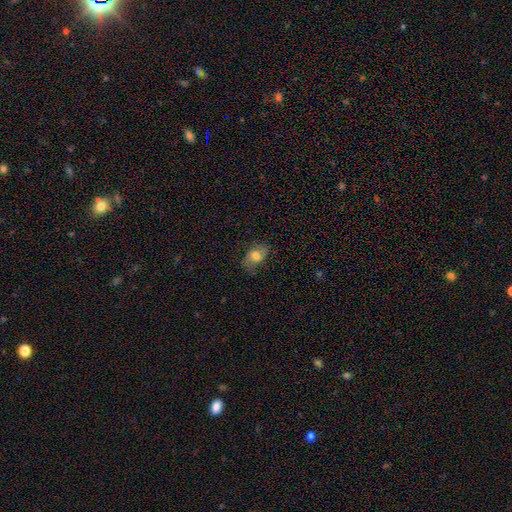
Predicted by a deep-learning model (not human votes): Smooth or featured? Predicted: smooth (p=0.65). How rounded? Predicted: in between (p=0.79). Merging? Predicted: none (p=0.65).